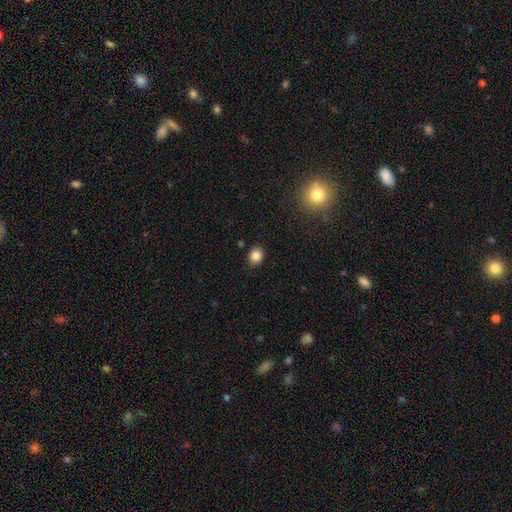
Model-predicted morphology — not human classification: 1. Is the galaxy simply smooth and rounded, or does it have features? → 86% smooth, 10% star or artifact, 4% featured or disk.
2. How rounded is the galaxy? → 52% round, 47% in between, 1% cigar-shaped.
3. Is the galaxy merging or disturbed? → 83% none, 13% minor disturbance, 3% major disturbance, 2% merger.